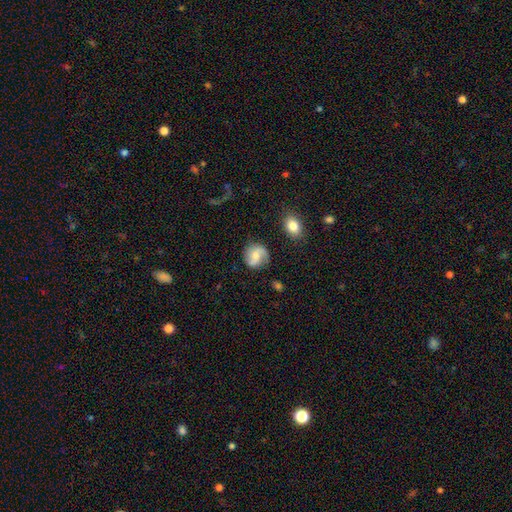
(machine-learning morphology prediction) Q: Smooth or featured?
A: featured or disk (60%); runner-up: smooth (32%)
Q: Edge-on disk?
A: no (98%); runner-up: yes (2%)
Q: Bar?
A: no (56%); runner-up: weak (36%)
Q: Spiral arms?
A: yes (92%); runner-up: no (8%)
Q: Spiral winding?
A: medium (44%); runner-up: loose (36%)
Q: Spiral arm count?
A: 2 (86%); runner-up: can't tell (6%)
Q: Bulge size?
A: moderate (46%); runner-up: small (40%)
Q: Merging?
A: none (77%); runner-up: minor disturbance (16%)